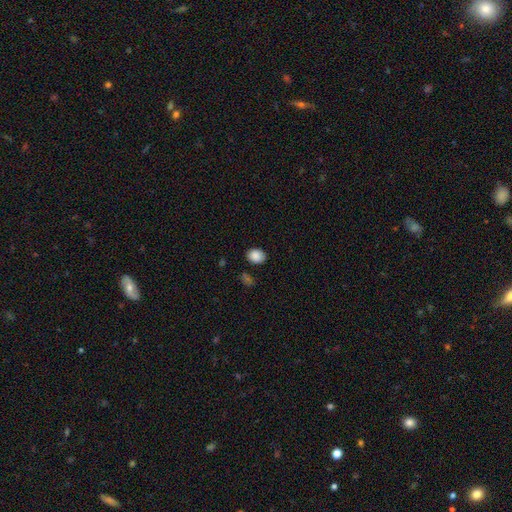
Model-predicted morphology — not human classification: Smooth or featured? Predicted: smooth (p=0.88). How rounded? Predicted: in between (p=0.60). Merging? Predicted: none (p=0.83).